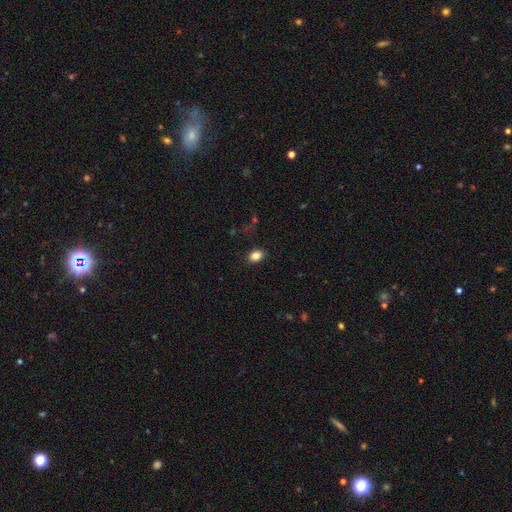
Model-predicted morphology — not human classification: smooth-or-featured: smooth: 85% | star or artifact: 10% | featured or disk: 5%
  how-rounded: in between: 75% | round: 24% | cigar-shaped: 1%
  merging: none: 86% | minor disturbance: 10% | major disturbance: 3% | merger: 1%